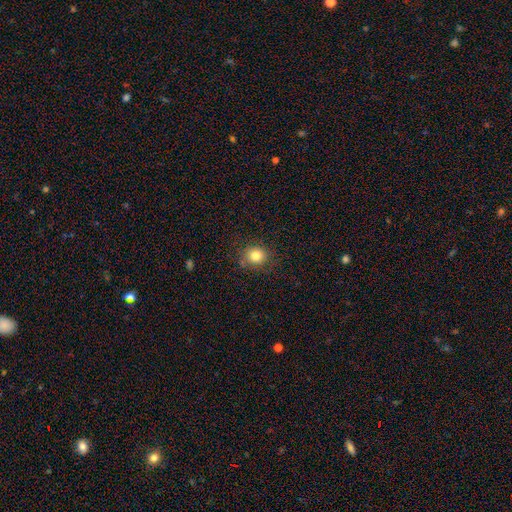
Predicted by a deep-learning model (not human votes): The model was most divided on "how rounded": round: 77%, in between: 22%, cigar-shaped: 1%. More confident: merging — none (82%); smooth or featured — smooth (81%).